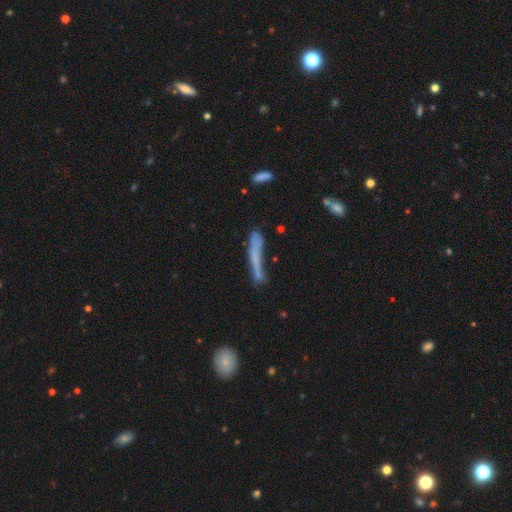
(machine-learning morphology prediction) Q: Smooth or featured?
A: smooth (56%); runner-up: featured or disk (34%)
Q: How rounded?
A: cigar-shaped (93%); runner-up: in between (5%)
Q: Merging?
A: none (49%); runner-up: minor disturbance (25%)